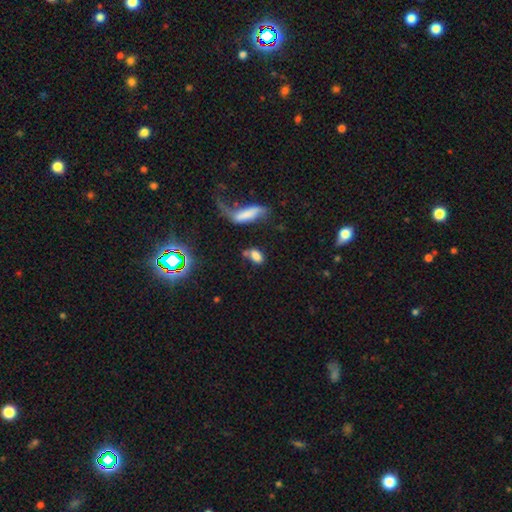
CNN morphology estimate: smooth 77%, star or artifact 12%, featured or disk 11%. Down the decision tree: how rounded — in between (85%); merging — none (43%).